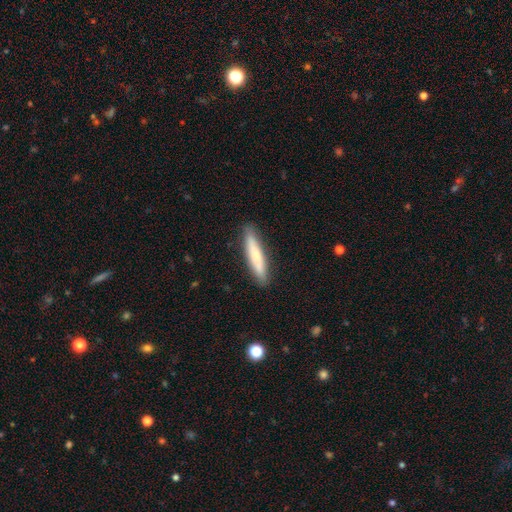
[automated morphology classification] A smooth galaxy with no disk features (69%) that is cigar-shaped (89%). Merging: none (89%).